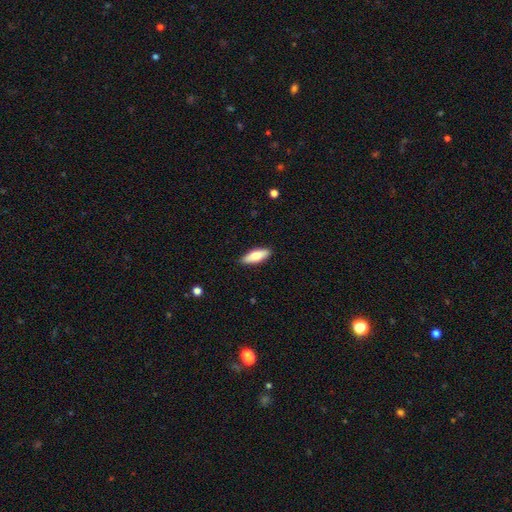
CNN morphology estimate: Smooth or featured: smooth — 72% (featured or disk — 23%)
How rounded: in between — 64% (cigar-shaped — 33%)
Merging: none — 90% (minor disturbance — 8%)